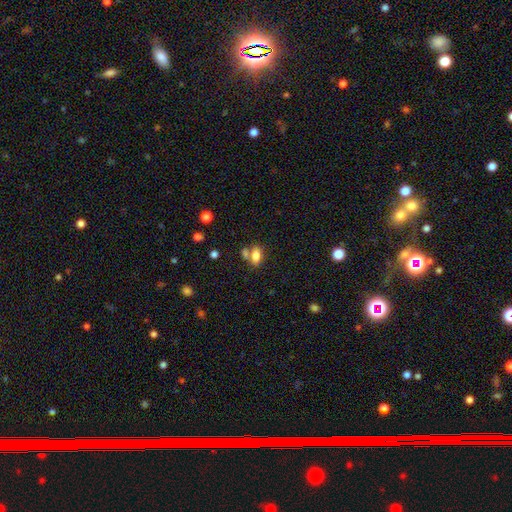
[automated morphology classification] A smooth galaxy with no disk features (80%) that is in between round and cigar-shaped (87%).

Vote fractions:
- Smooth or featured? smooth: 80% / star or artifact: 10% / featured or disk: 10%
- How rounded? in between: 87% / round: 9% / cigar-shaped: 4%
- Merging? none: 51% / merger: 33% / minor disturbance: 12% / major disturbance: 5%